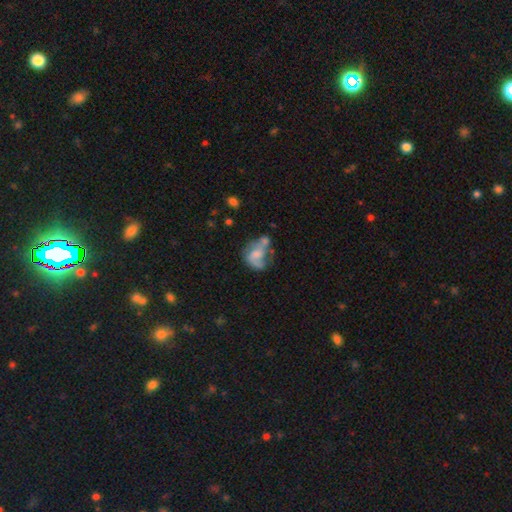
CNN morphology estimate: This is possibly a featured or disk galaxy (57%). It is clearly not viewed edge-on (98%). Bar: likely no (62%). Spiral arm pattern: likely yes (67%). Central bulge: marginally moderate (32%). Merging: marginally none (30%).